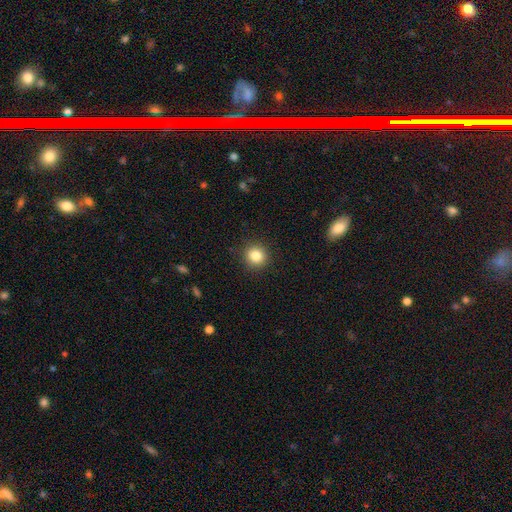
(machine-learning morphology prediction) smooth_or_featured: smooth (p=0.84) [alt: star or artifact p=0.11]
how_rounded: round (p=0.91) [alt: in between p=0.08]
merging: none (p=0.91) [alt: minor disturbance p=0.06]